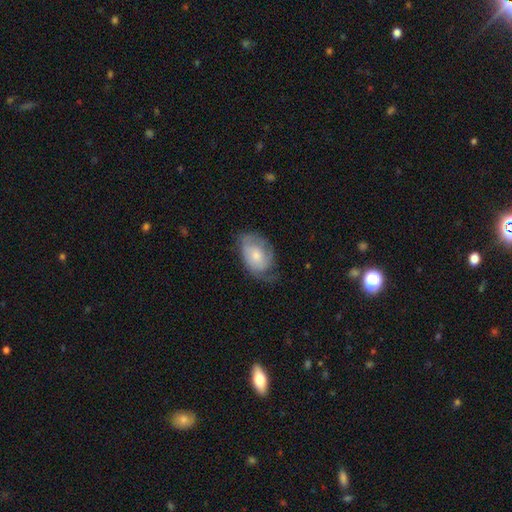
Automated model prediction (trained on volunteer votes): A featured or disk galaxy (50%). Merging: none (49%).